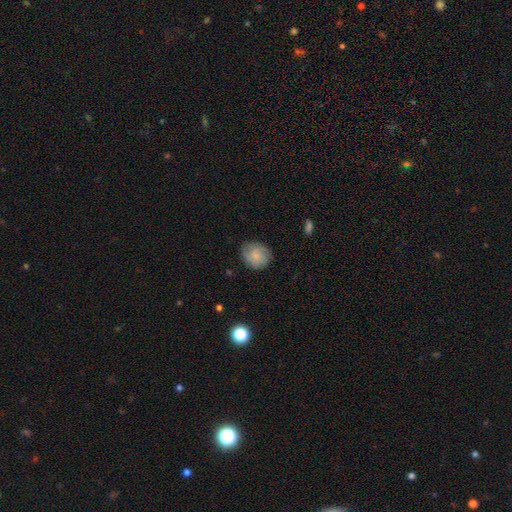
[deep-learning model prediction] Smooth or featured?
  - smooth: 66% *
  - featured or disk: 27%
  - star or artifact: 8%
How rounded?
  - round: 75% *
  - in between: 24%
  - cigar-shaped: 1%
Merging?
  - none: 77% *
  - minor disturbance: 18%
  - major disturbance: 4%
  - merger: 1%